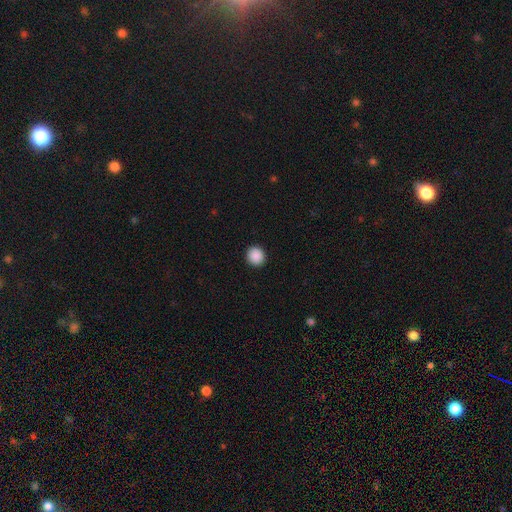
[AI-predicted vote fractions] smooth-or-featured: smooth: 89% | star or artifact: 8% | featured or disk: 2%
  how-rounded: round: 91% | in between: 8% | cigar-shaped: 1%
  merging: none: 93% | minor disturbance: 5% | major disturbance: 2% | merger: 1%